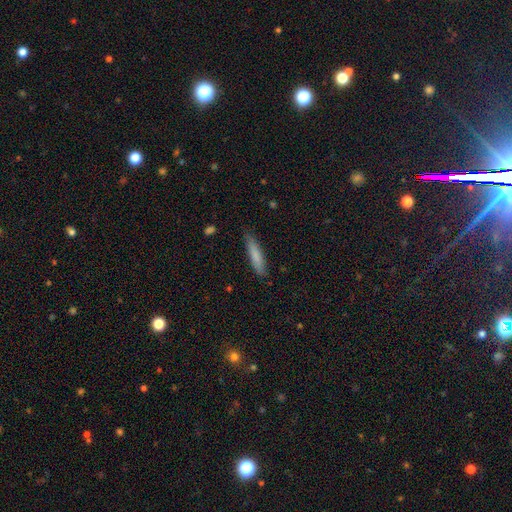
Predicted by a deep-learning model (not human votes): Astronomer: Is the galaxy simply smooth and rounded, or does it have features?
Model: smooth — 80%.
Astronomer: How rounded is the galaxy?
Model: cigar-shaped — 84%.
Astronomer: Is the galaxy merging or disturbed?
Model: none — 81%.